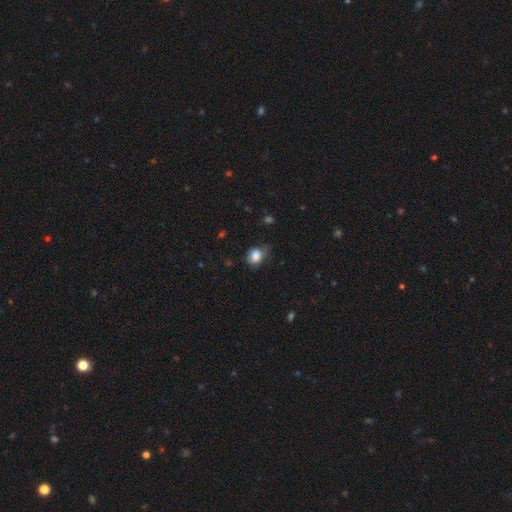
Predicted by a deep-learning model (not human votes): This is clearly a smooth galaxy (84%). How rounded: possibly round (59%). Merging: possibly none (51%).